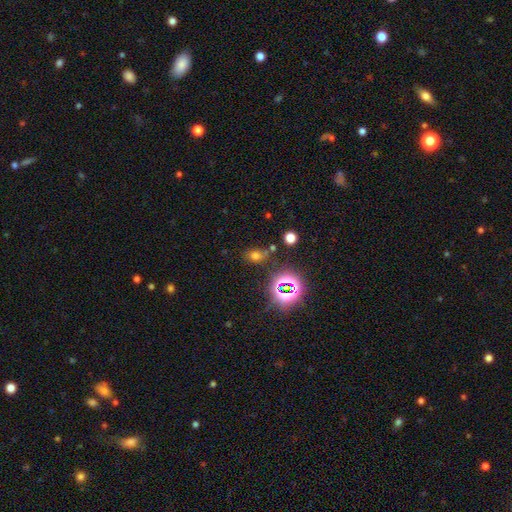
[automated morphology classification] Q: Smooth or featured?
A: smooth (59%); runner-up: star or artifact (33%)
Q: How rounded?
A: in between (62%); runner-up: round (36%)
Q: Merging?
A: none (68%); runner-up: minor disturbance (15%)